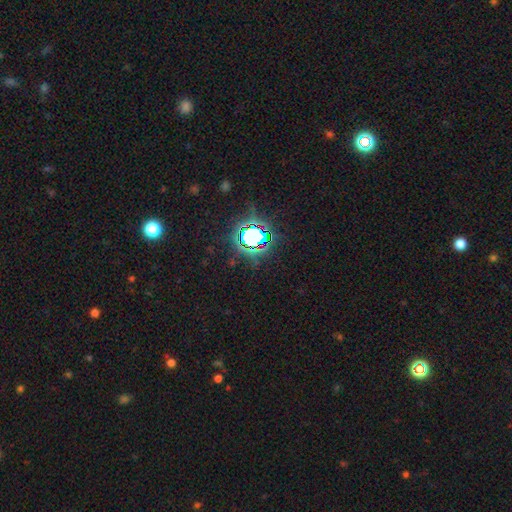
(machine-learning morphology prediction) Smooth or featured? star or artifact (80%)